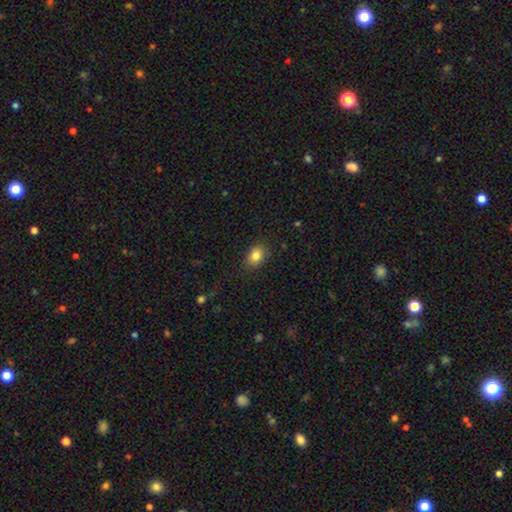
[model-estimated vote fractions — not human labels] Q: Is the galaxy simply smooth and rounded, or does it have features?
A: smooth — 83%.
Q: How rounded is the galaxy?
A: in between — 69%.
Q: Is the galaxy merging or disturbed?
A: none — 83%.